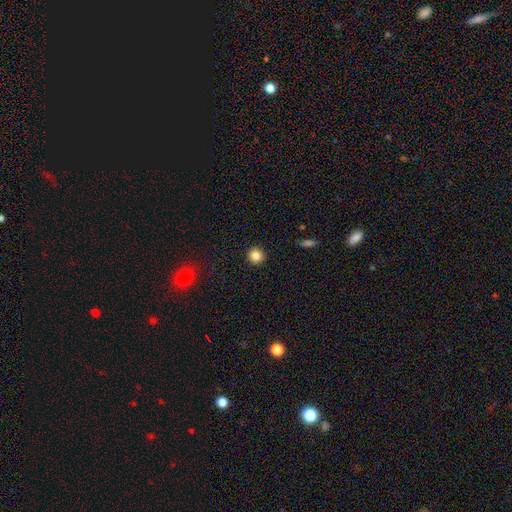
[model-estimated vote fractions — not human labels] A smooth galaxy with no disk features (85%) that is round (94%). Merging: none (93%).